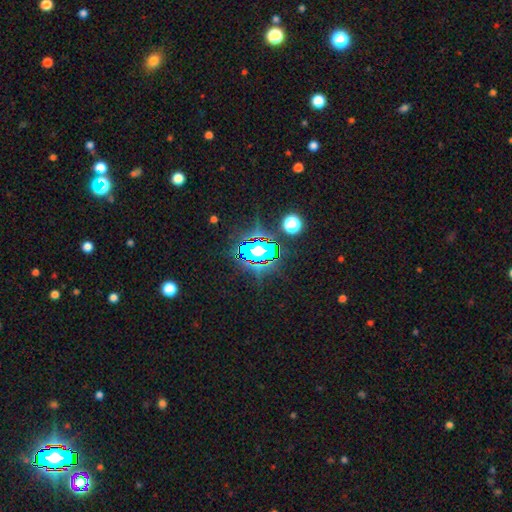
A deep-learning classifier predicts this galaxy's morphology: Q: Smooth or featured?
A: star or artifact (82%); runner-up: smooth (10%)